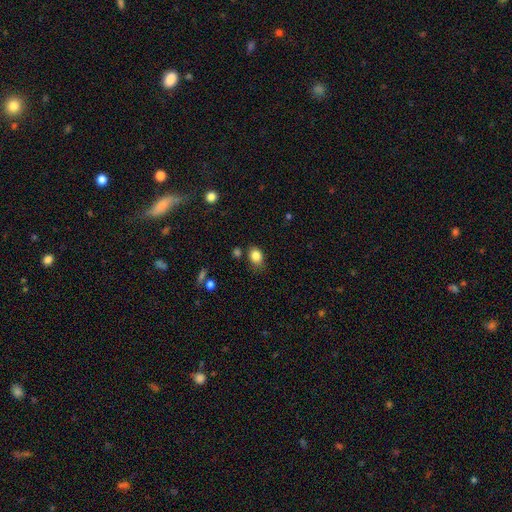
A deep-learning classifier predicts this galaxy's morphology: smooth-or-featured: smooth: 84% | star or artifact: 10% | featured or disk: 6%
  how-rounded: in between: 66% | round: 32% | cigar-shaped: 1%
  merging: none: 69% | minor disturbance: 22% | major disturbance: 5% | merger: 4%